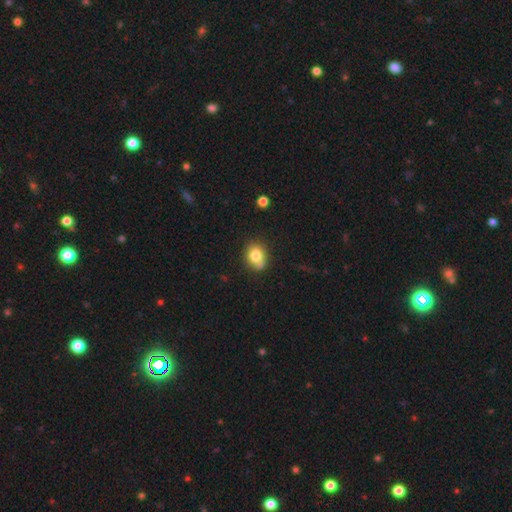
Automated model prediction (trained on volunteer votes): Smooth or featured? Predicted: smooth (p=0.79). How rounded? Predicted: in between (p=0.50). Merging? Predicted: none (p=0.65).